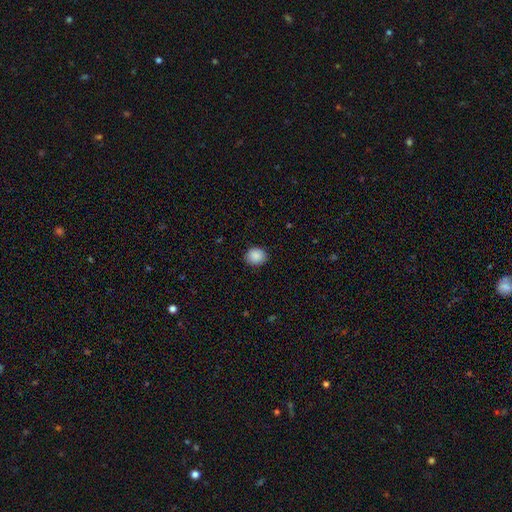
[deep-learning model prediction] Smooth or featured? smooth (89%)
How rounded? round (71%)
Merging? none (88%)